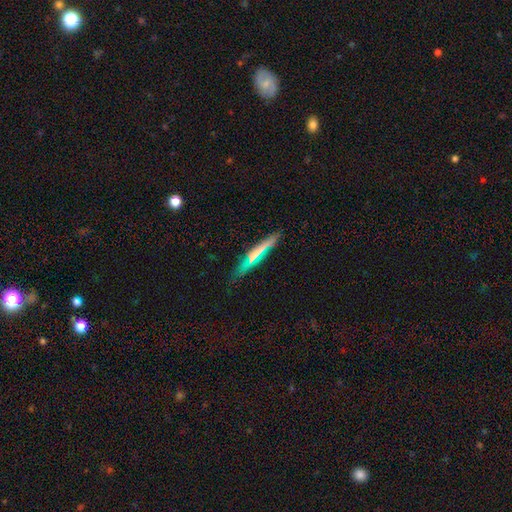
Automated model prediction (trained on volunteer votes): smooth_or_featured: smooth (p=0.46) [alt: featured or disk p=0.45]
merging: none (p=0.79) [alt: minor disturbance p=0.15]